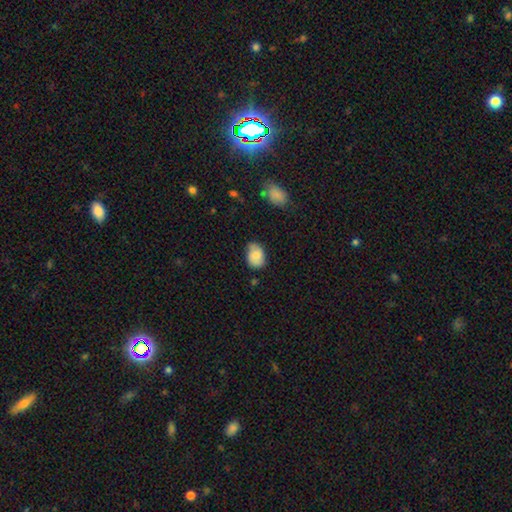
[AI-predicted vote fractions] A smooth galaxy with no disk features (74%) that is in between round and cigar-shaped (75%). Merging: none (65%).